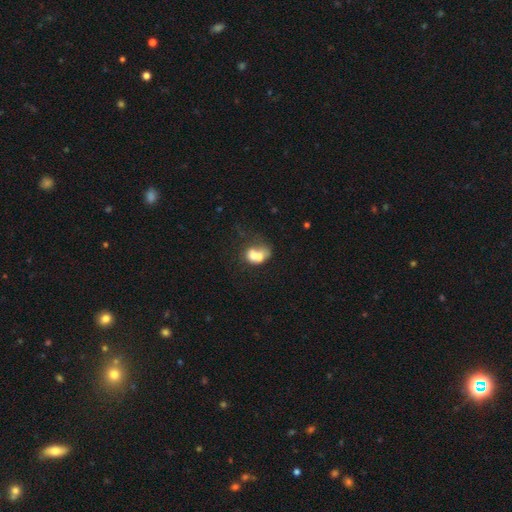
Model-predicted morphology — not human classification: Smooth or featured? smooth (62%)
How rounded? in between (64%)
Merging? merger (59%)